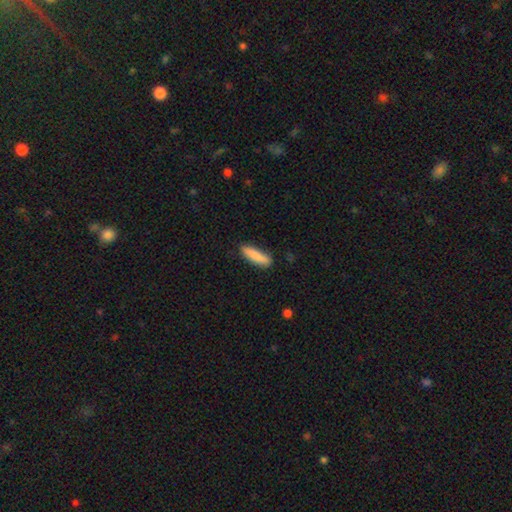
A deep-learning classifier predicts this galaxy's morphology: Smooth or featured?
  - smooth: 86% *
  - featured or disk: 8%
  - star or artifact: 6%
How rounded?
  - cigar-shaped: 70% *
  - in between: 28%
  - round: 2%
Merging?
  - none: 82% *
  - minor disturbance: 14%
  - major disturbance: 2%
  - merger: 2%